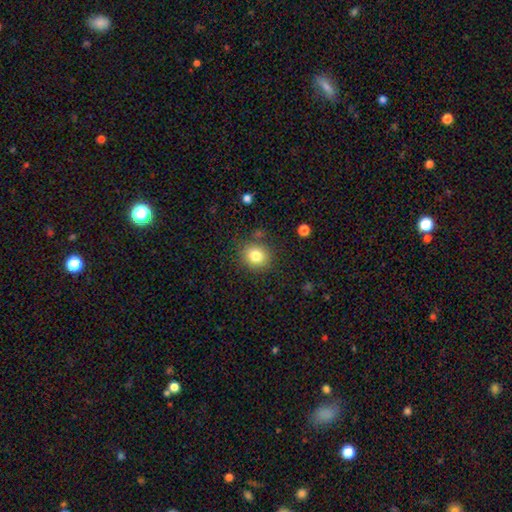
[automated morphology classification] Q: Smooth or featured?
A: smooth (82%); runner-up: star or artifact (11%)
Q: How rounded?
A: round (78%); runner-up: in between (21%)
Q: Merging?
A: none (82%); runner-up: minor disturbance (11%)